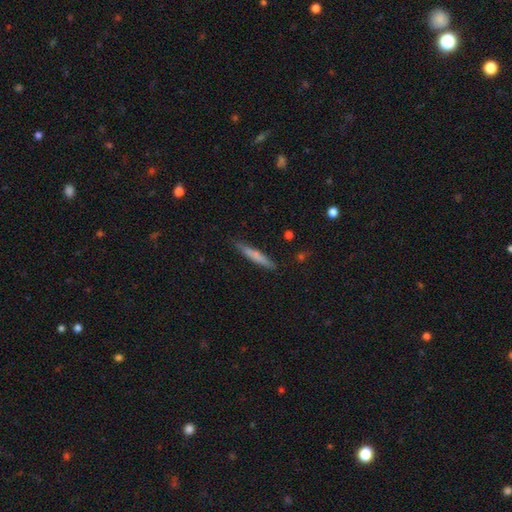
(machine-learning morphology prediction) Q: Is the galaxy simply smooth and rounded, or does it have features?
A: smooth — 68%.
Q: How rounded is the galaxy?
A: cigar-shaped — 94%.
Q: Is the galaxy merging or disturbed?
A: none — 85%.